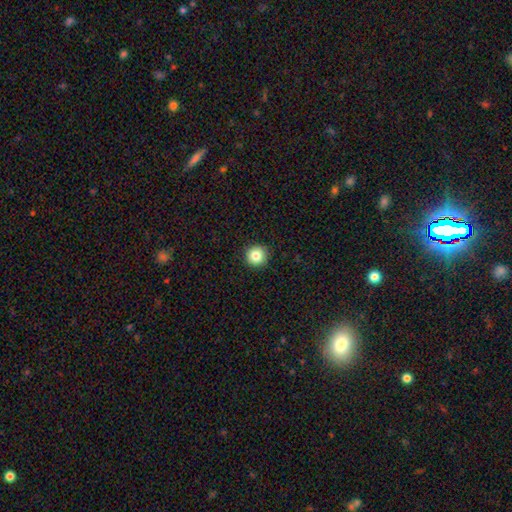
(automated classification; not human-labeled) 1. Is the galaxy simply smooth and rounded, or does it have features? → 84% smooth, 10% star or artifact, 6% featured or disk.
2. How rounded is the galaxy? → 96% round, 3% in between, 1% cigar-shaped.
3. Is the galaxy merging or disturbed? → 92% none, 5% minor disturbance, 2% major disturbance, 1% merger.